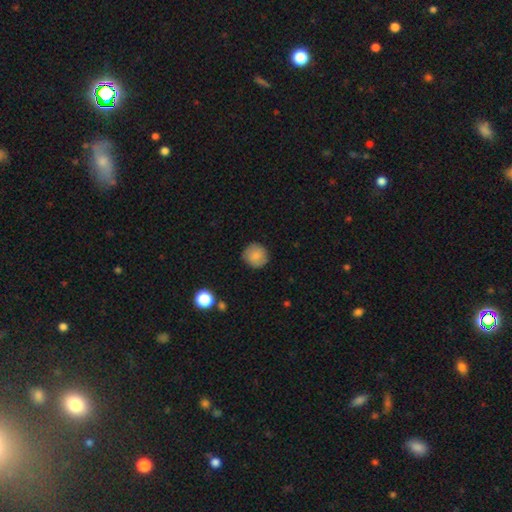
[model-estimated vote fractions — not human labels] Smooth or featured?
  - smooth: 83% *
  - featured or disk: 9%
  - star or artifact: 8%
How rounded?
  - round: 93% *
  - in between: 6%
  - cigar-shaped: 1%
Merging?
  - none: 88% *
  - minor disturbance: 9%
  - major disturbance: 2%
  - merger: 1%